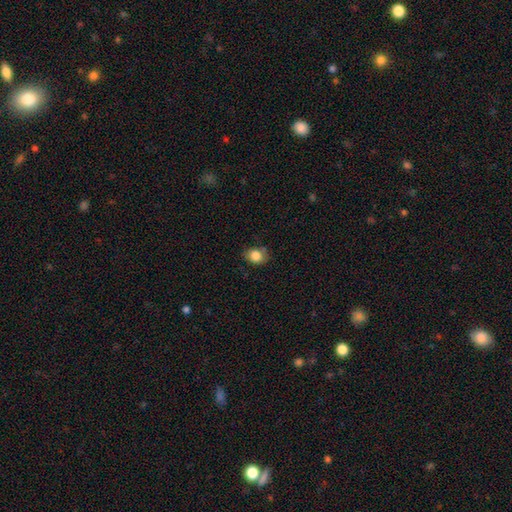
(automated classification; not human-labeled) The model was most divided on "how rounded": in between: 51%, round: 48%, cigar-shaped: 1%. More confident: smooth or featured — smooth (84%); merging — none (72%).